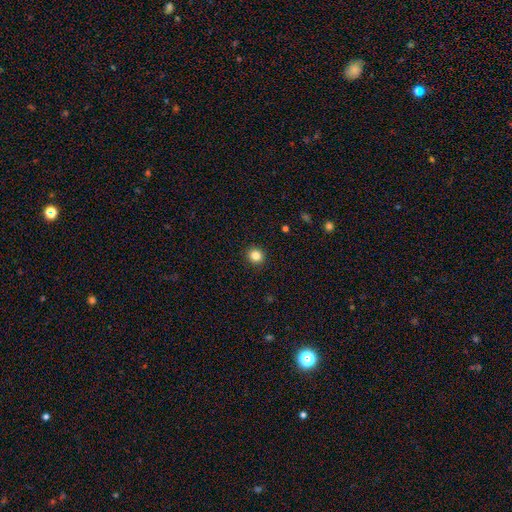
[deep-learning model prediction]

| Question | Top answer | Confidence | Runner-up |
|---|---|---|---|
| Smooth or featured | smooth | 84% | star or artifact (11%) |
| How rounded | round | 92% | in between (7%) |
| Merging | none | 93% | minor disturbance (5%) |